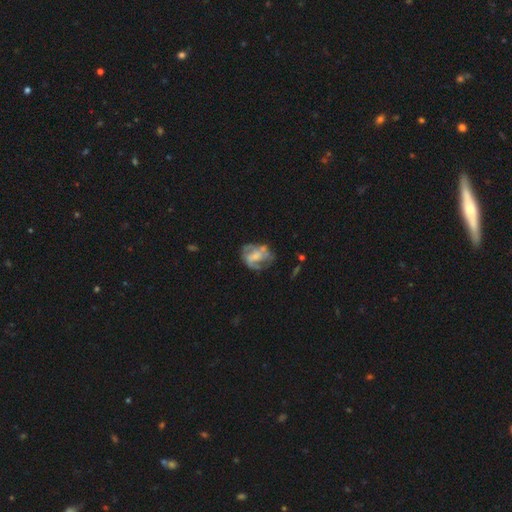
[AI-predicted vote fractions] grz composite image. It shows a featured or disk galaxy (62%) with no bar (60%), spiral arms (53%) and no central bulge (35%). Merging: none (46%).